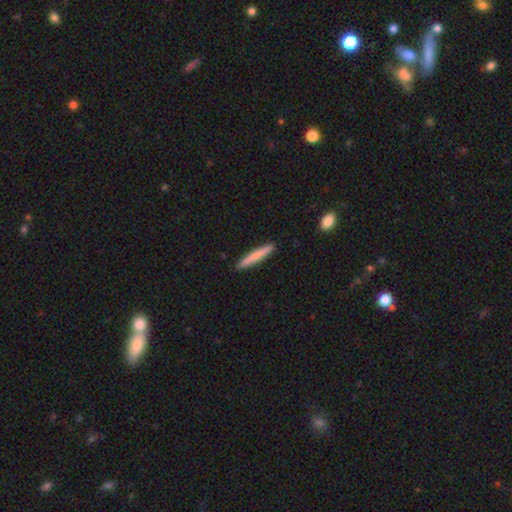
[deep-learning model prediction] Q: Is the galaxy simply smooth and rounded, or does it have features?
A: smooth — 74%.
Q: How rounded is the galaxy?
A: cigar-shaped — 95%.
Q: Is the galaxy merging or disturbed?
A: none — 91%.